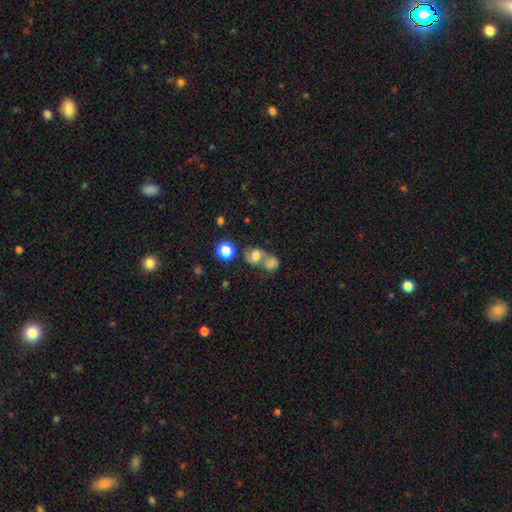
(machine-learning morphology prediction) Q: Smooth or featured?
A: smooth (65%); runner-up: featured or disk (22%)
Q: How rounded?
A: round (58%); runner-up: in between (41%)
Q: Merging?
A: merger (56%); runner-up: none (28%)